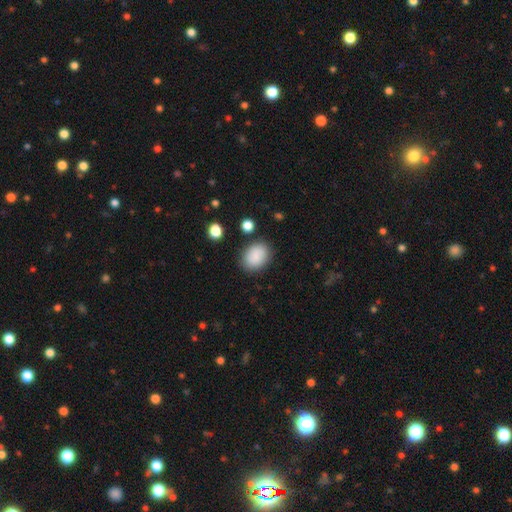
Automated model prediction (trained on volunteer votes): Smooth or featured: smooth — 85% (star or artifact — 8%)
How rounded: in between — 64% (round — 35%)
Merging: none — 82% (minor disturbance — 12%)